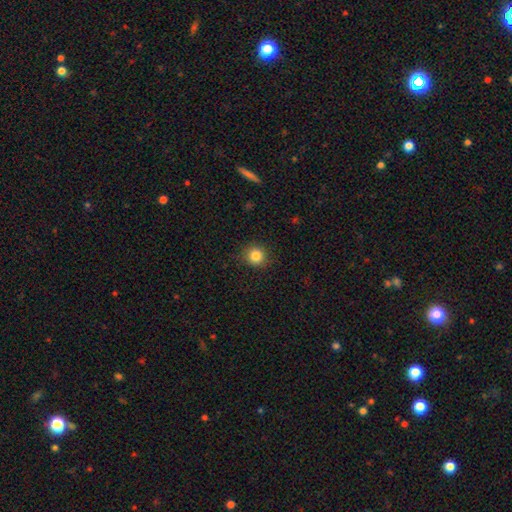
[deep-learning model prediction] This appears to be a smooth galaxy with no disk features (83%) that is round (92%). Merging: none (89%).